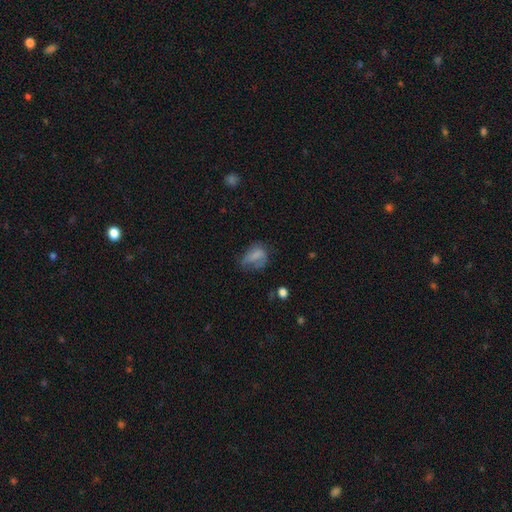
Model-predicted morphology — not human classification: Smooth or featured?
  - smooth: 64% *
  - featured or disk: 25%
  - star or artifact: 11%
How rounded?
  - in between: 74% *
  - round: 22%
  - cigar-shaped: 4%
Merging?
  - major disturbance: 35% *
  - none: 32%
  - minor disturbance: 30%
  - merger: 3%